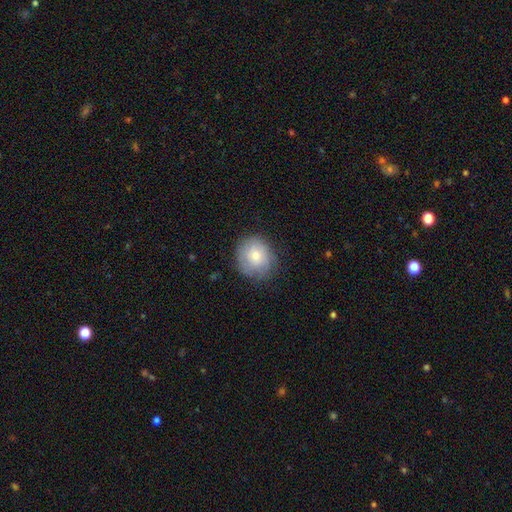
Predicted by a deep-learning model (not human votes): A smooth galaxy with no disk features (69%) that is round (84%).

Vote fractions:
- Smooth or featured? smooth: 69% / featured or disk: 23% / star or artifact: 8%
- How rounded? round: 84% / in between: 15% / cigar-shaped: 1%
- Merging? none: 76% / minor disturbance: 17% / major disturbance: 5% / merger: 1%